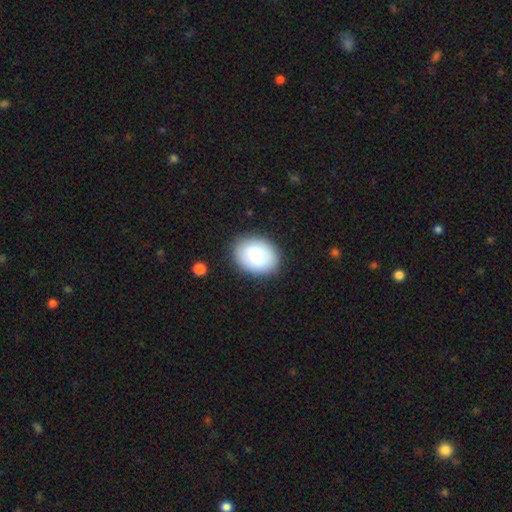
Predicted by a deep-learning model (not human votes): A smooth galaxy with no disk features (74%) that is in between round and cigar-shaped (65%).

Vote fractions:
- Smooth or featured? smooth: 74% / featured or disk: 18% / star or artifact: 8%
- How rounded? in between: 65% / round: 34% / cigar-shaped: 1%
- Merging? none: 86% / minor disturbance: 9% / major disturbance: 3% / merger: 1%